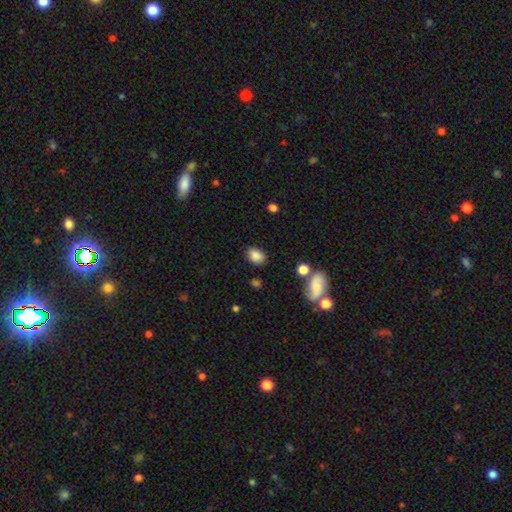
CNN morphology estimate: type=smooth (86%); roundness=in between (72%); merging=none (81%).